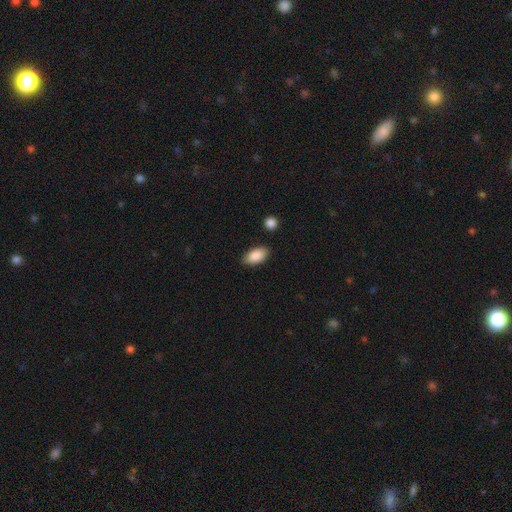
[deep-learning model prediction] A smooth galaxy with no disk features (88%) that is in between round and cigar-shaped (93%). Merging: none (82%).